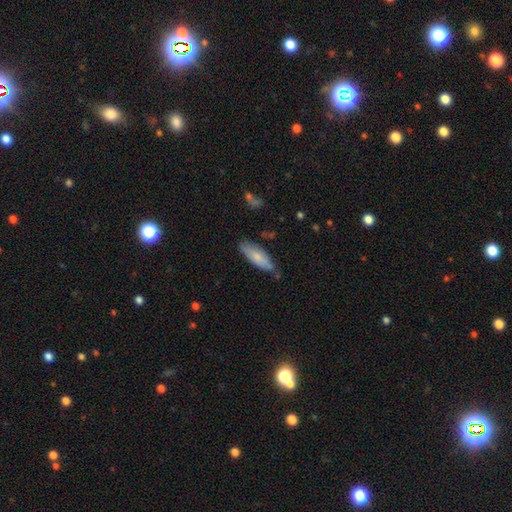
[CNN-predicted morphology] A smooth galaxy with no disk features (72%) that is in between round and cigar-shaped (57%). Merging: none (74%).